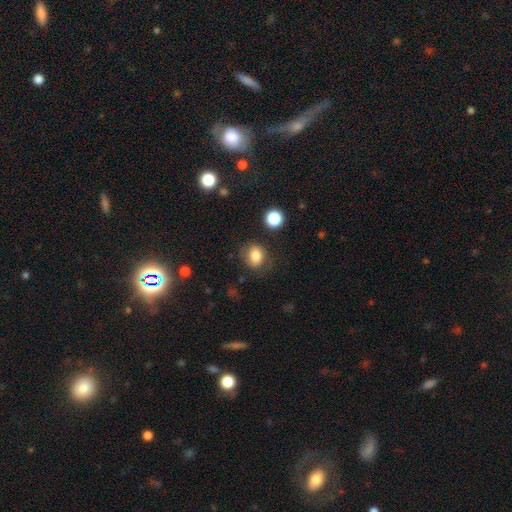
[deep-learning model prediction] Q: Smooth or featured?
A: smooth (78%); runner-up: featured or disk (13%)
Q: How rounded?
A: round (53%); runner-up: in between (46%)
Q: Merging?
A: none (70%); runner-up: minor disturbance (19%)